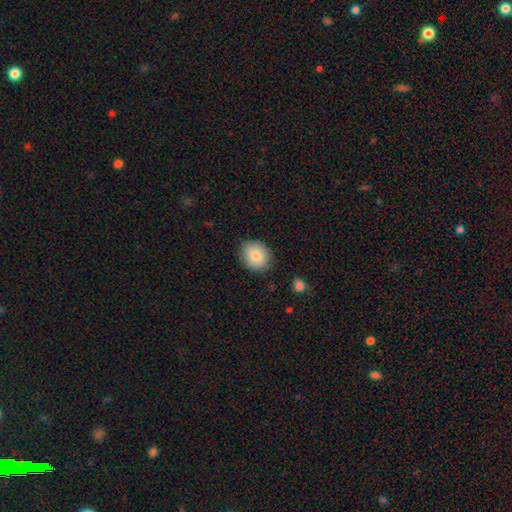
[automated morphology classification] Q: Smooth or featured?
A: smooth (81%); runner-up: featured or disk (11%)
Q: How rounded?
A: round (65%); runner-up: in between (34%)
Q: Merging?
A: none (84%); runner-up: minor disturbance (12%)